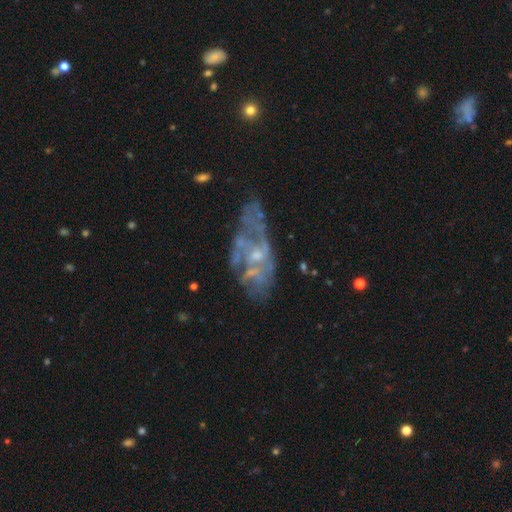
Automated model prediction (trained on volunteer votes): Smooth or featured?
  - featured or disk: 73% *
  - smooth: 17%
  - star or artifact: 10%
Edge-on disk?
  - no: 92% *
  - yes: 8%
Bar?
  - no: 73% *
  - weak: 23%
  - strong: 4%
Spiral arms?
  - no: 54% *
  - yes: 46%
Bulge size?
  - small: 55% *
  - moderate: 26%
  - none: 16%
  - large: 2%
  - dominant: 1%
Merging?
  - none: 49% *
  - minor disturbance: 22%
  - major disturbance: 21%
  - merger: 8%